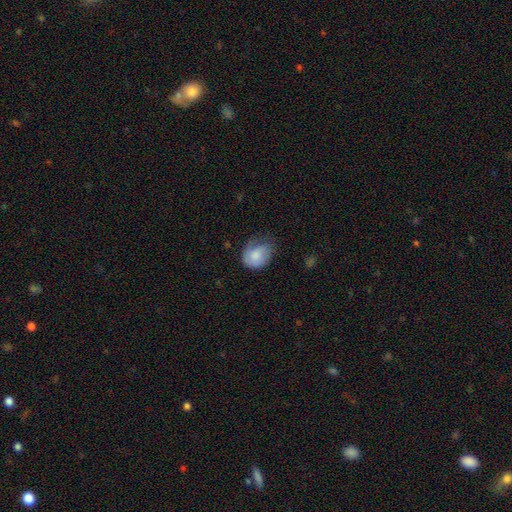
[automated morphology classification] This is likely a smooth galaxy (71%). How rounded: possibly in between (58%). Merging: marginally none (40%).